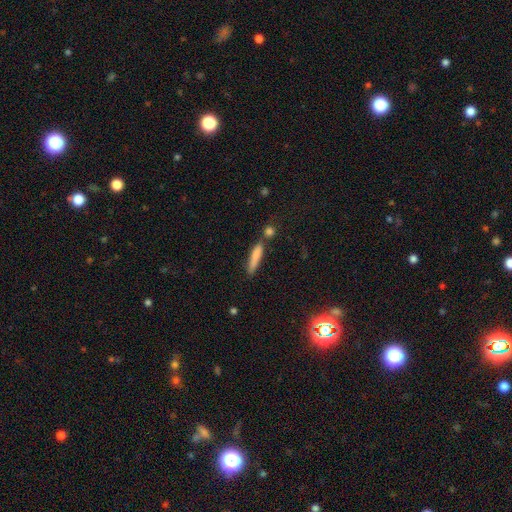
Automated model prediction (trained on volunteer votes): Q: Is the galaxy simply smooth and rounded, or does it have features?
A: smooth — 79%.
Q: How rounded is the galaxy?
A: cigar-shaped — 86%.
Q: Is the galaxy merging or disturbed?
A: none — 65%.